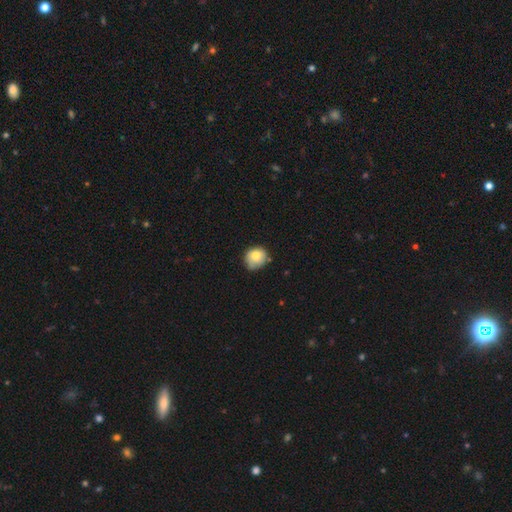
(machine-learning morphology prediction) A smooth galaxy with no disk features (78%) that is round (76%). Merging: none (61%).